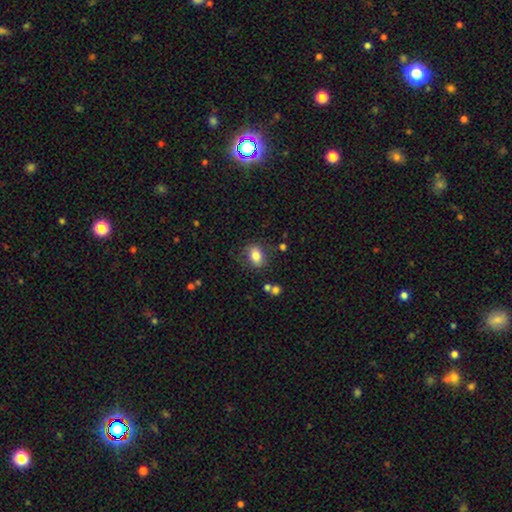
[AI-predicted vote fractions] Smooth or featured?
  - smooth: 80% *
  - featured or disk: 11%
  - star or artifact: 9%
How rounded?
  - in between: 74% *
  - round: 24%
  - cigar-shaped: 2%
Merging?
  - none: 77% *
  - minor disturbance: 15%
  - major disturbance: 5%
  - merger: 4%